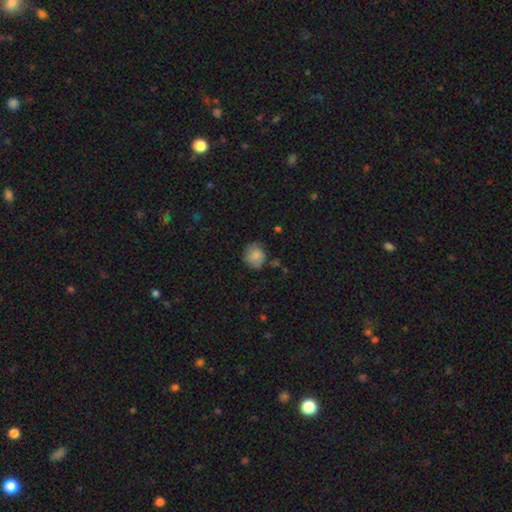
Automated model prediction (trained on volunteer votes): A smooth galaxy with no disk features (82%) that is round (73%).

Vote fractions:
- Smooth or featured? smooth: 82% / featured or disk: 9% / star or artifact: 8%
- How rounded? round: 73% / in between: 26% / cigar-shaped: 1%
- Merging? none: 68% / minor disturbance: 24% / major disturbance: 5% / merger: 3%